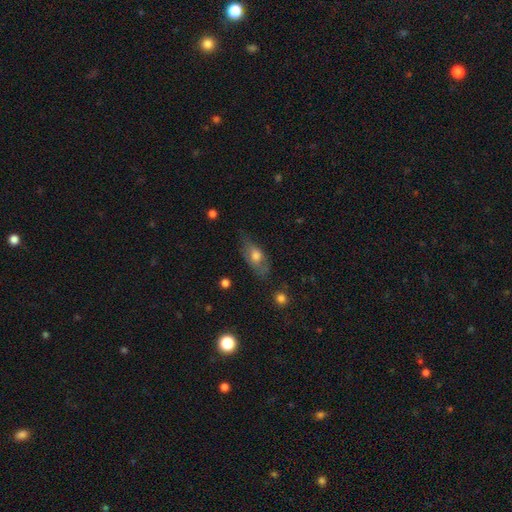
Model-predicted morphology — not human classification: Overall: smooth (60%; featured or disk 32%). How rounded: in between (80%). Merging: none (58%; minor disturbance 29%).